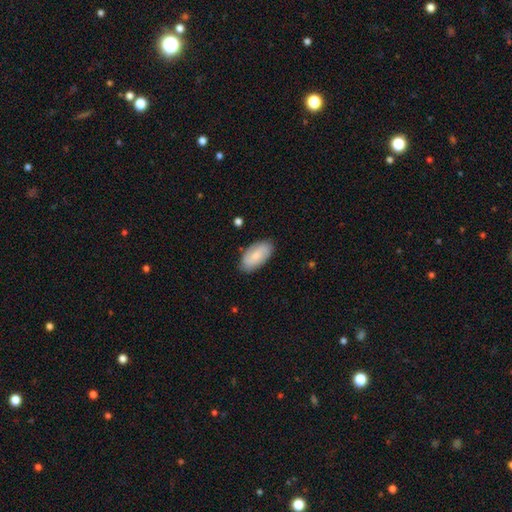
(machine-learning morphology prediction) A smooth galaxy with no disk features (55%) that is in between round and cigar-shaped (93%). Merging: none (83%).